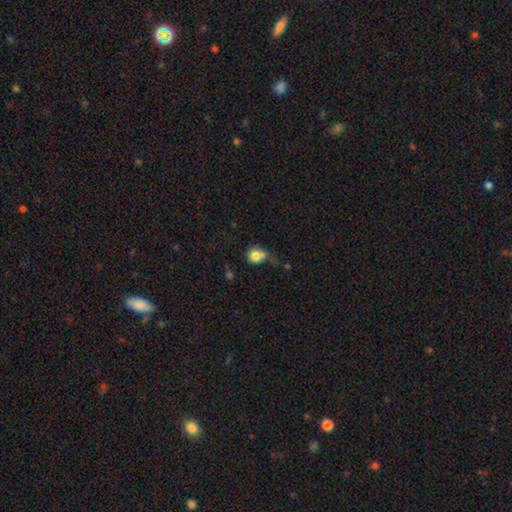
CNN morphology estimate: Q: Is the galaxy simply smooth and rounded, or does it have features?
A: smooth — 78%.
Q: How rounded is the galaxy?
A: round — 78%.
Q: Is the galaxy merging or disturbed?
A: none — 34%.